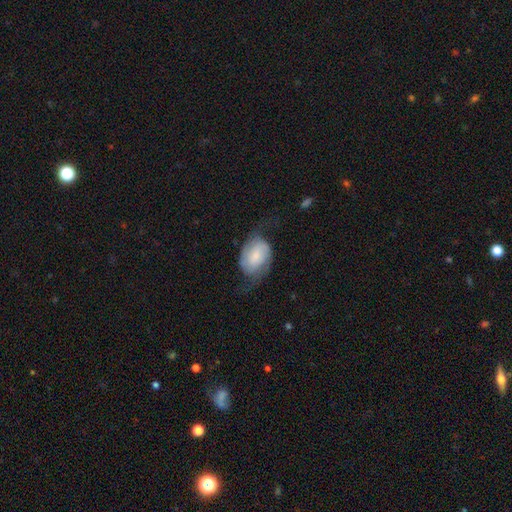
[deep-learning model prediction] This is likely a featured or disk galaxy (60%). It is clearly not viewed edge-on (97%). Bar: possibly no (46%). Spiral arm pattern: clearly yes (90%). Spiral arm count: clearly 2 (86%). Spiral winding: marginally medium (42%). Central bulge: marginally small (38%). Merging: possibly none (53%).